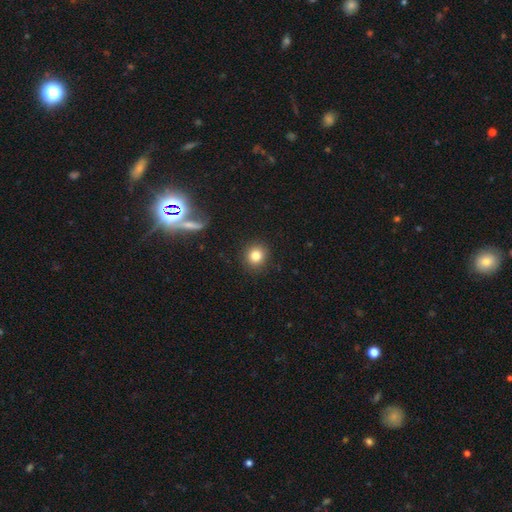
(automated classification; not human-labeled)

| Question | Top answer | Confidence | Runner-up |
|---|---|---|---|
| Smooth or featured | smooth | 83% | star or artifact (11%) |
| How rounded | round | 89% | in between (10%) |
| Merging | none | 90% | minor disturbance (6%) |